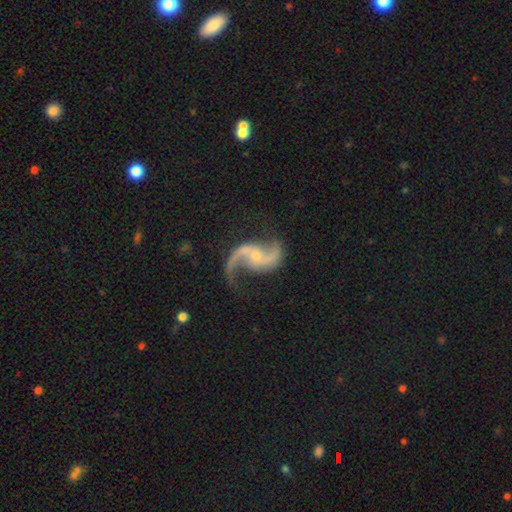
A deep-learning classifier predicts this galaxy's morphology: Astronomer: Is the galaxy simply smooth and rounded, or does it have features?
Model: featured or disk — 92%.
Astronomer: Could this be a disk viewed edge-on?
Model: no — 98%.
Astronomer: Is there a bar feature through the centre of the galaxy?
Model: no — 53% (runner-up: weak, 33%).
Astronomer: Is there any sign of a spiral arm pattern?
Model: yes — 98%.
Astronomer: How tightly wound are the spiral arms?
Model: loose — 69%.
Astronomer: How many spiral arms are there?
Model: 2 — 94%.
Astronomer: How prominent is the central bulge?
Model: small — 63%.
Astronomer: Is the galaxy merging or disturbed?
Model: none — 74%.